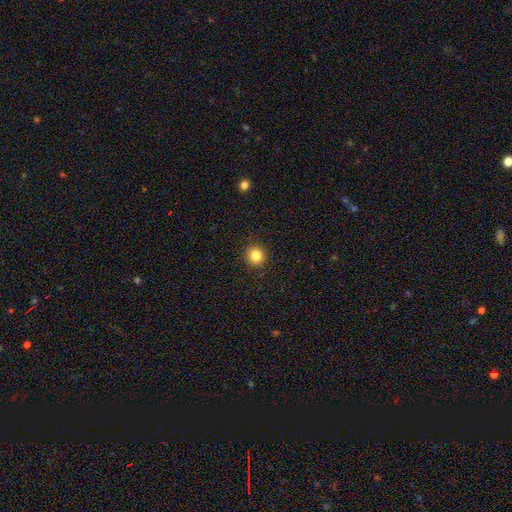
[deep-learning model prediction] Smooth or featured: smooth — 84% (star or artifact — 11%)
How rounded: round — 91% (in between — 8%)
Merging: none — 92% (minor disturbance — 5%)